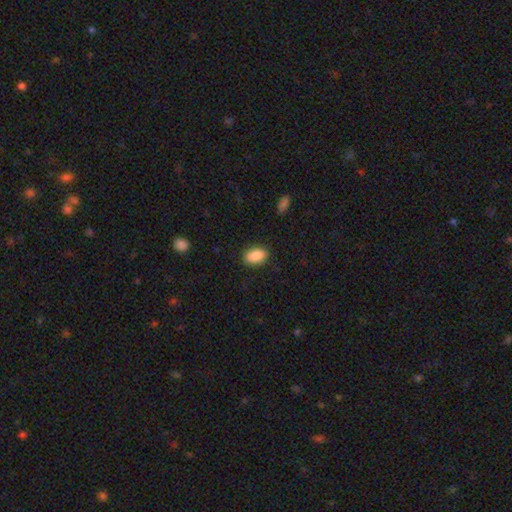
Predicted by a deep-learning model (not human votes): Smooth or featured: smooth — 89% (star or artifact — 7%)
How rounded: in between — 91% (round — 7%)
Merging: none — 87% (minor disturbance — 9%)